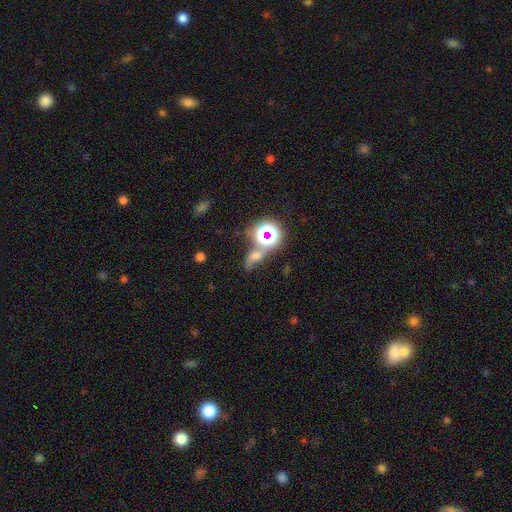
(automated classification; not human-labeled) This appears to be a smooth galaxy with no disk features (41%). Merging: none (42%).